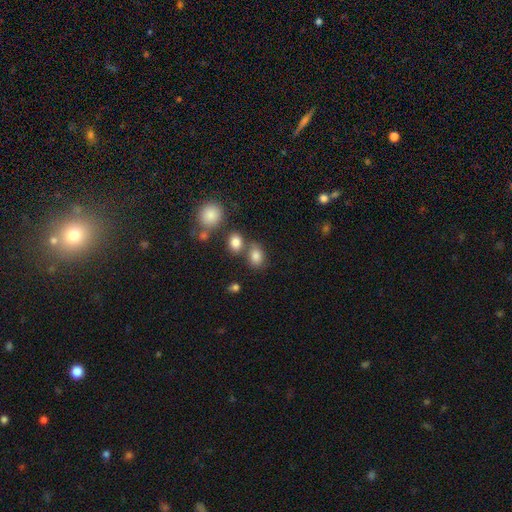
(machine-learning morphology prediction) Smooth or featured?
  - smooth: 82% *
  - star or artifact: 11%
  - featured or disk: 7%
How rounded?
  - in between: 63% *
  - round: 36%
  - cigar-shaped: 1%
Merging?
  - none: 60% *
  - merger: 24%
  - minor disturbance: 12%
  - major disturbance: 4%